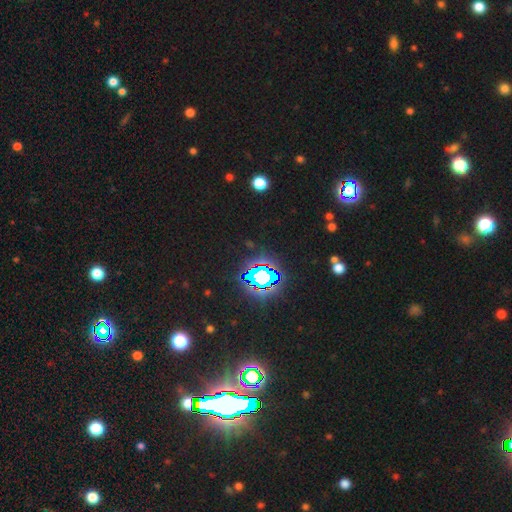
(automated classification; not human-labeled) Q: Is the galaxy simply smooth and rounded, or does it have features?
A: star or artifact — 83%.